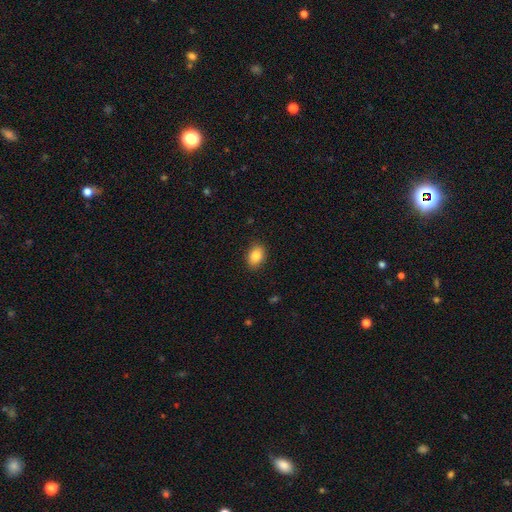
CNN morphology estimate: Smooth or featured?
  - smooth: 86% *
  - star or artifact: 8%
  - featured or disk: 5%
How rounded?
  - in between: 72% *
  - round: 27%
  - cigar-shaped: 1%
Merging?
  - none: 87% *
  - minor disturbance: 9%
  - major disturbance: 2%
  - merger: 1%